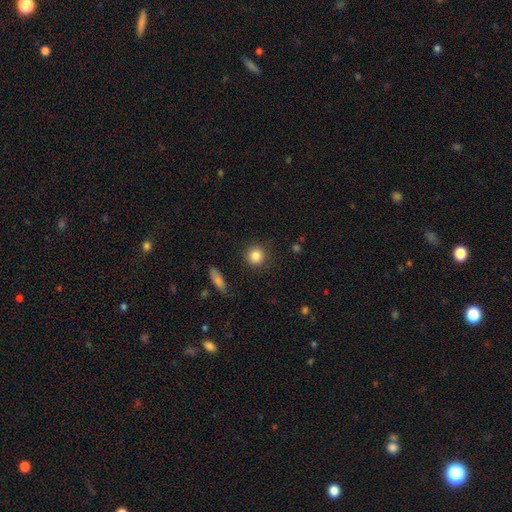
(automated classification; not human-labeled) A smooth galaxy with no disk features (85%) that is round (92%). Merging: none (89%).